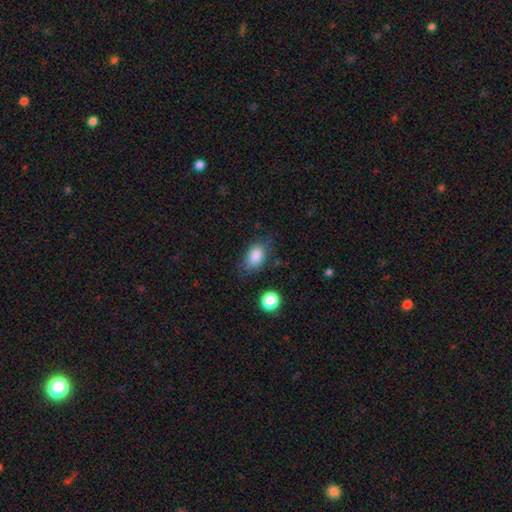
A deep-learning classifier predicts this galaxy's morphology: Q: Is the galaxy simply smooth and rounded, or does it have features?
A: smooth — 85%.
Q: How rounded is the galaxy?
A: in between — 85%.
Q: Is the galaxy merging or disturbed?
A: none — 70%.